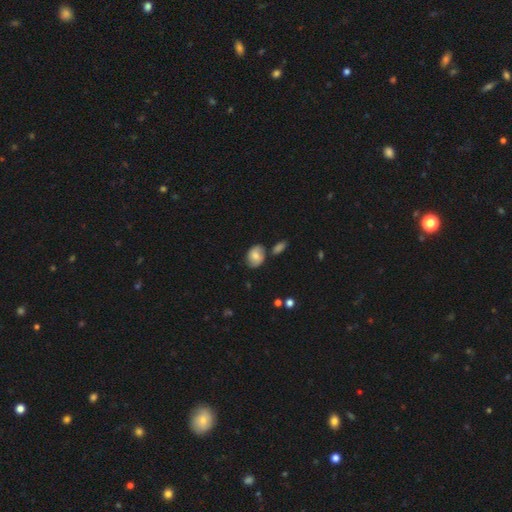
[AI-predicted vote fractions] This is likely a smooth galaxy (64%). How rounded: likely in between (68%). Merging: likely none (69%).